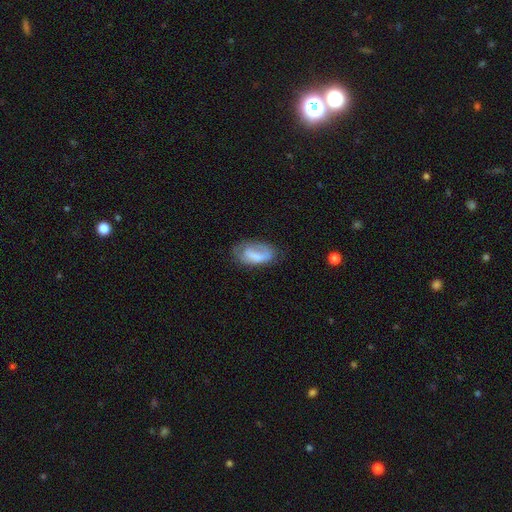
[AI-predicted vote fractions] A smooth galaxy with no disk features (61%) that is in between round and cigar-shaped (91%). Merging: none (48%).